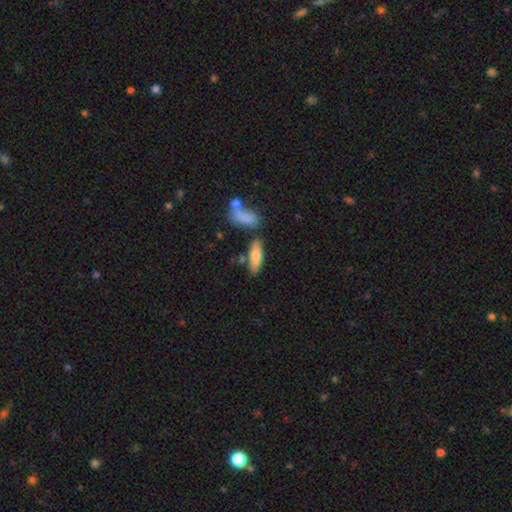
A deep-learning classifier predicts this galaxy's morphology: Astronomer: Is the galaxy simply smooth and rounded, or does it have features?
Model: smooth — 77%.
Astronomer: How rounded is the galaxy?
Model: in between — 56% (runner-up: cigar-shaped, 42%).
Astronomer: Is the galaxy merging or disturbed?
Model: none — 69%.